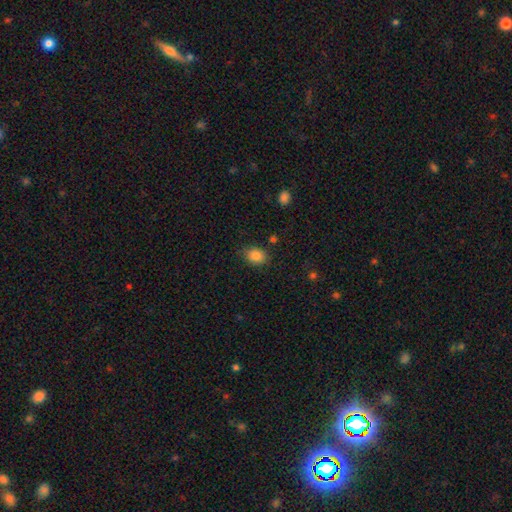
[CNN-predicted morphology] Smooth or featured? Predicted: smooth (p=0.86). How rounded? Predicted: in between (p=0.54). Merging? Predicted: none (p=0.82).